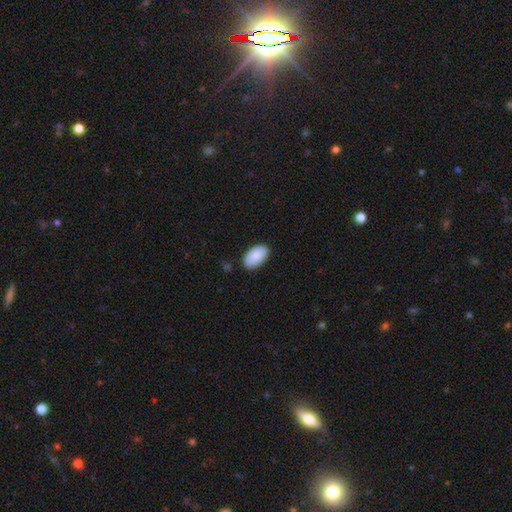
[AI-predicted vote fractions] smooth 88%, star or artifact 6%, featured or disk 6%. Down the decision tree: how rounded — in between (95%); merging — none (85%).